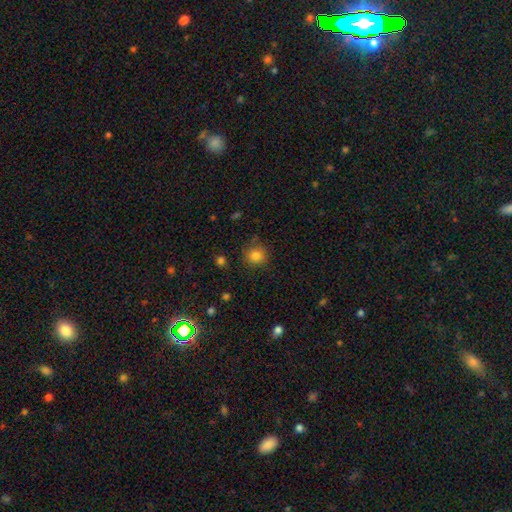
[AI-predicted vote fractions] A smooth galaxy with no disk features (83%) that is round (91%).

Vote fractions:
- Smooth or featured? smooth: 83% / star or artifact: 12% / featured or disk: 5%
- How rounded? round: 91% / in between: 8% / cigar-shaped: 1%
- Merging? none: 82% / minor disturbance: 12% / major disturbance: 3% / merger: 2%